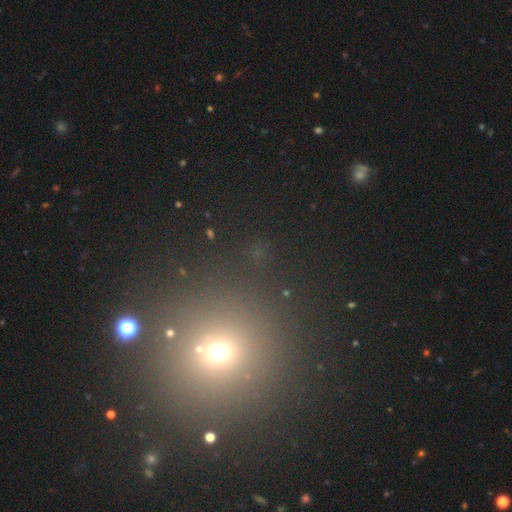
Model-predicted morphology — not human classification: Smooth or featured? Predicted: star or artifact (p=0.50).